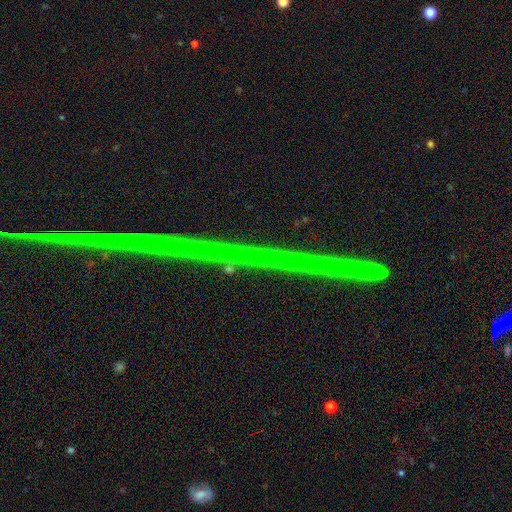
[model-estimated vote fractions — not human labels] Smooth or featured?
  - star or artifact: 86% *
  - featured or disk: 10%
  - smooth: 4%